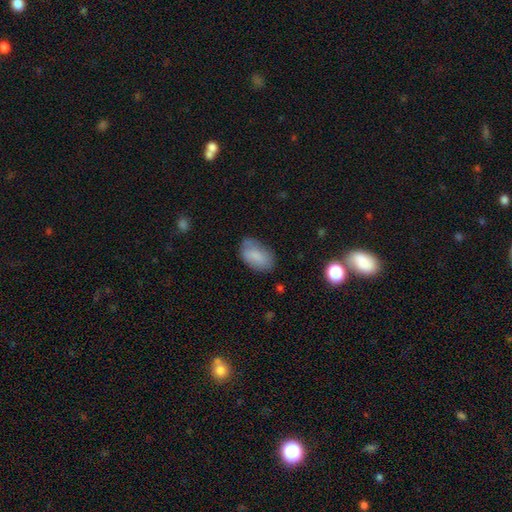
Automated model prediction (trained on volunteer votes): Q: Smooth or featured?
A: smooth (81%); runner-up: featured or disk (12%)
Q: How rounded?
A: in between (93%); runner-up: round (6%)
Q: Merging?
A: none (69%); runner-up: minor disturbance (23%)